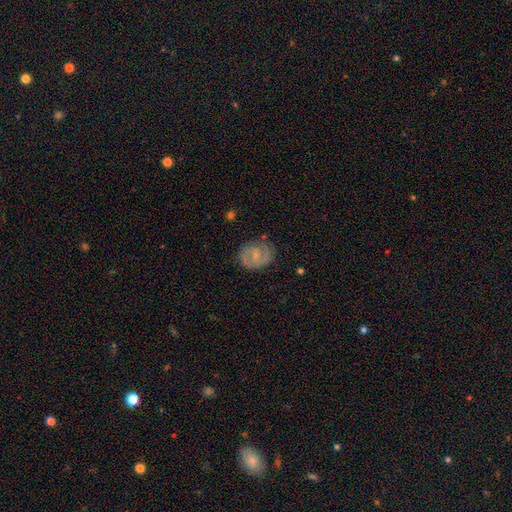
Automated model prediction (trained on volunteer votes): This is possibly a featured or disk galaxy (60%). It is clearly not viewed edge-on (97%). Bar: possibly weak (48%). Spiral arm pattern: likely yes (76%). Central bulge: possibly small (55%). Merging: likely none (72%).